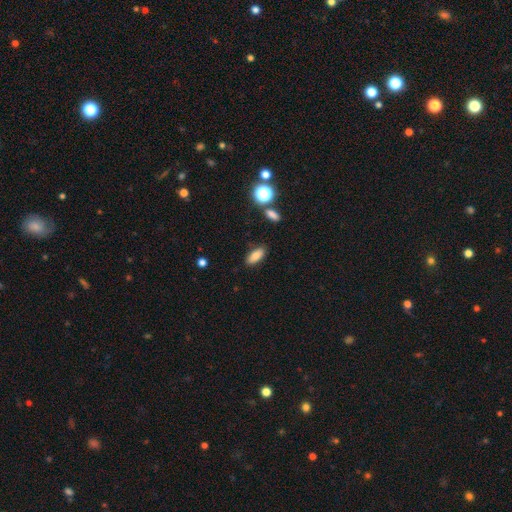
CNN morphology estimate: Smooth or featured? Predicted: smooth (p=0.79). How rounded? Predicted: in between (p=0.80). Merging? Predicted: none (p=0.86).